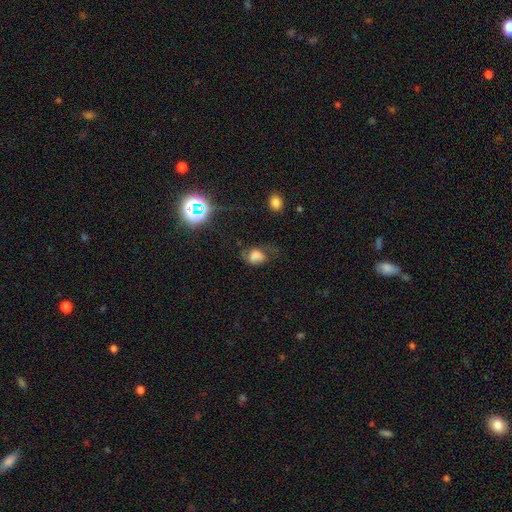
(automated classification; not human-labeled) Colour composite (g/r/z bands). It shows a smooth galaxy with no disk features (61%) that is in between round and cigar-shaped (68%). Merging: none (37%).